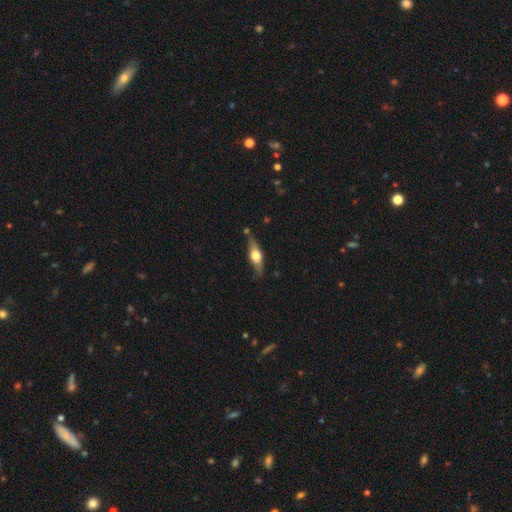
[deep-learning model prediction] Smooth or featured? featured or disk (50%)
Edge-on disk? yes (87%)
Merging? none (77%)